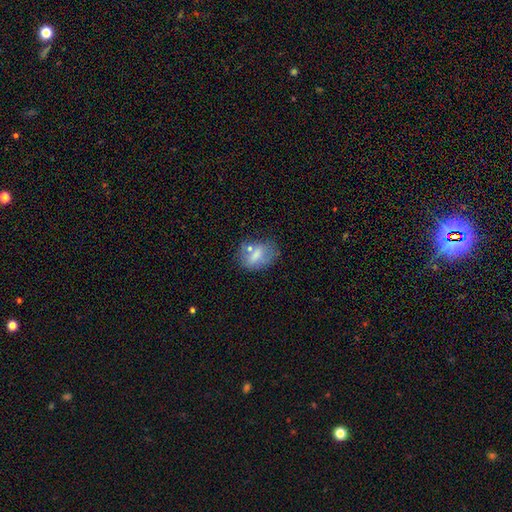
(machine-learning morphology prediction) This appears to be a smooth galaxy with no disk features (57%) that is in between round and cigar-shaped (71%). Merging: none (55%).